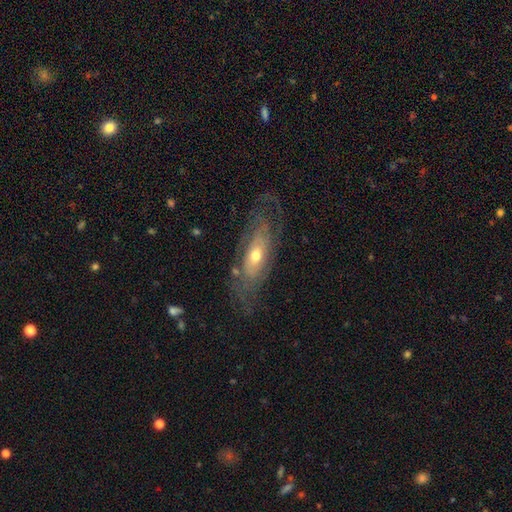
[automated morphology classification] smooth-or-featured: featured or disk: 73% | smooth: 20% | star or artifact: 6%
  disk-edge-on: no: 82% | yes: 18%
    bar: no: 76% | weak: 19% | strong: 5%
    has-spiral-arms: yes: 73% | no: 27%
    bulge-size: moderate: 64% | small: 29% | large: 5% | none: 1% | dominant: 1%
  merging: none: 65% | minor disturbance: 19% | major disturbance: 13% | merger: 2%